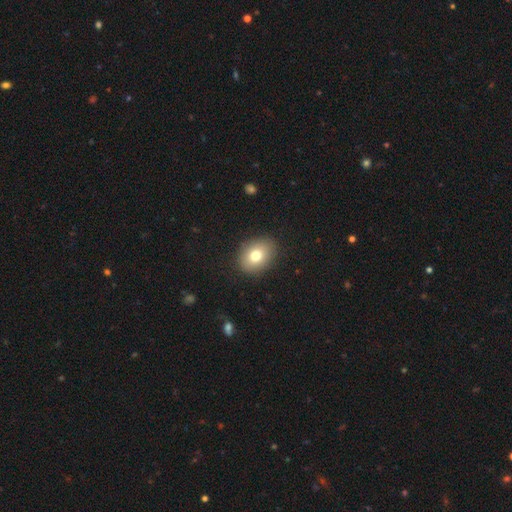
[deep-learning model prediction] Smooth or featured? smooth (78%)
How rounded? in between (66%)
Merging? none (88%)